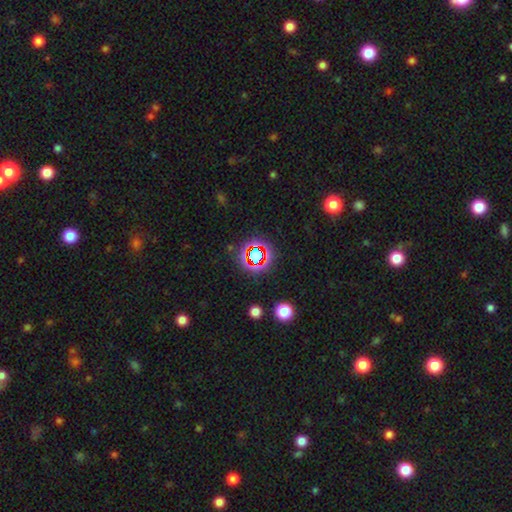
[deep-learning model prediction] Smooth or featured?
  - star or artifact: 70% *
  - smooth: 20%
  - featured or disk: 10%